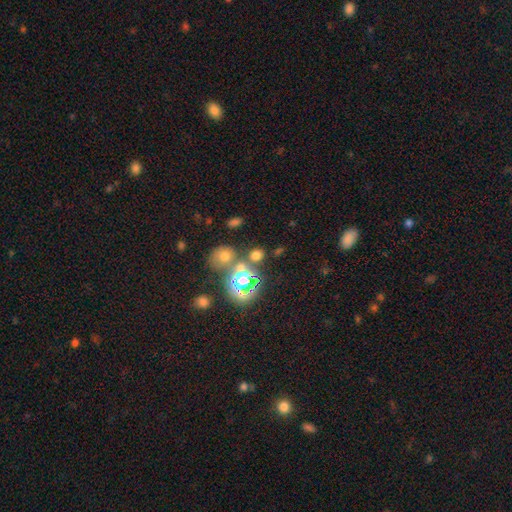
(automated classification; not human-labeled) Morphology: type=smooth (61%); roundness=round (72%); merging=none (70%).